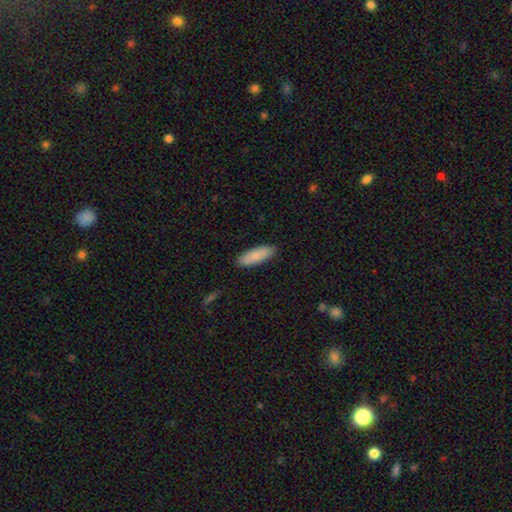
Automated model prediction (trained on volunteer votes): Smooth or featured: smooth — 83% (featured or disk — 12%)
How rounded: in between — 63% (cigar-shaped — 36%)
Merging: none — 87% (minor disturbance — 10%)